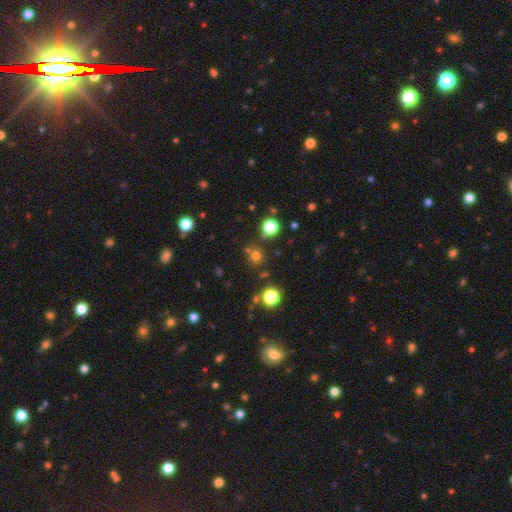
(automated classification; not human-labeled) Smooth or featured? Predicted: smooth (p=0.68). How rounded? Predicted: round (p=0.88). Merging? Predicted: none (p=0.75).